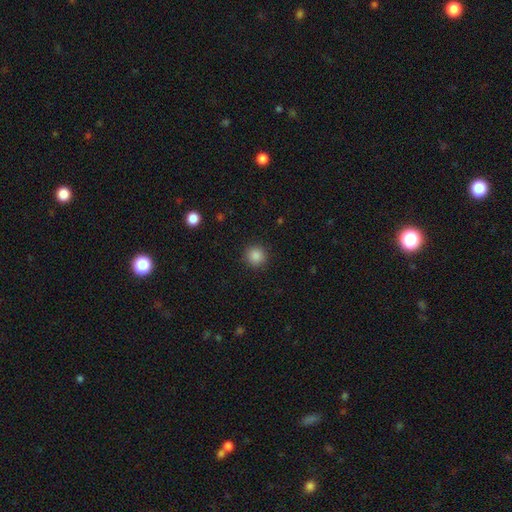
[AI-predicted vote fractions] Smooth or featured? Predicted: smooth (p=0.86). How rounded? Predicted: round (p=0.94). Merging? Predicted: none (p=0.91).